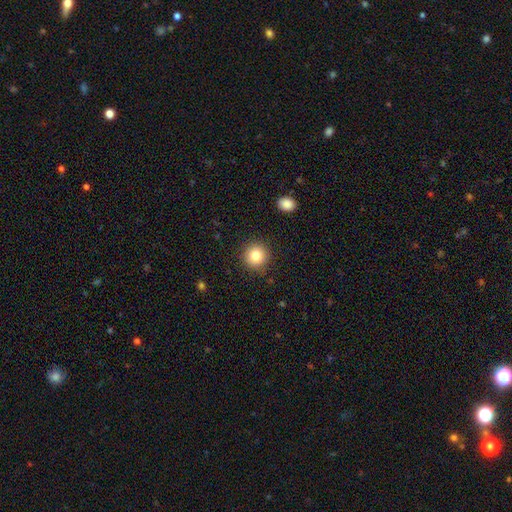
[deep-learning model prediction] This is clearly a smooth galaxy (83%). How rounded: clearly round (94%). Merging: clearly none (90%).